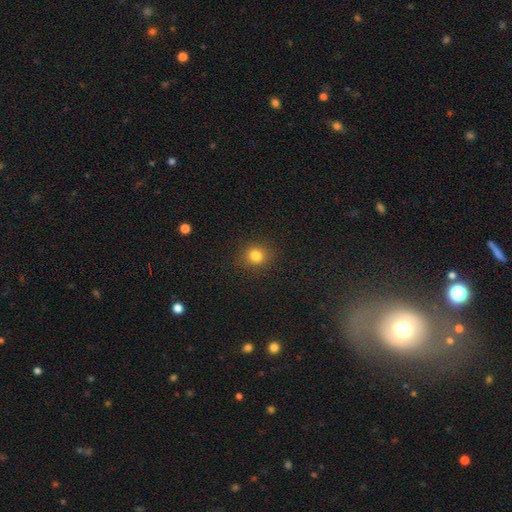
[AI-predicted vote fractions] Smooth or featured?
  - smooth: 81% *
  - star or artifact: 14%
  - featured or disk: 6%
How rounded?
  - round: 81% *
  - in between: 18%
  - cigar-shaped: 1%
Merging?
  - none: 89% *
  - minor disturbance: 7%
  - major disturbance: 2%
  - merger: 1%